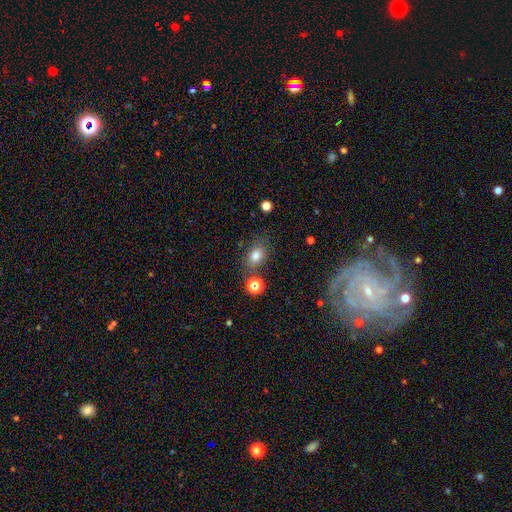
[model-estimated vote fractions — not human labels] The model was most divided on "how rounded": in between: 70%, round: 29%, cigar-shaped: 2%. More confident: smooth or featured — smooth (80%); merging — none (73%).